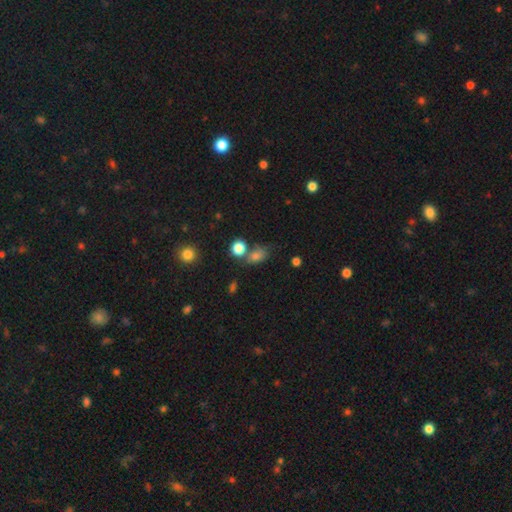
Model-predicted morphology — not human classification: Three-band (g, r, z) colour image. It shows a smooth galaxy with no disk features (75%) that is in between round and cigar-shaped (58%). Merging: none (56%).